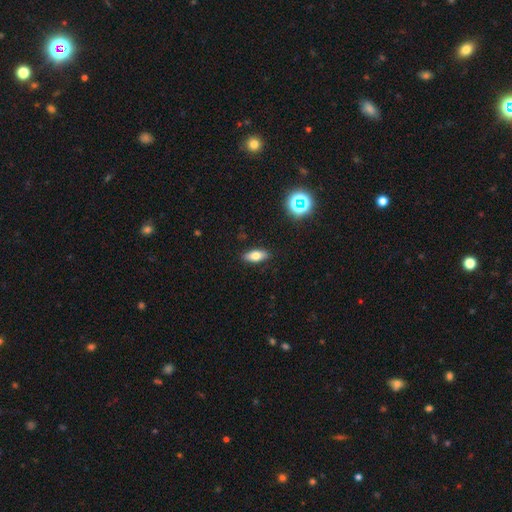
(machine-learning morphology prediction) A smooth galaxy with no disk features (72%) that is in between round and cigar-shaped (79%).

Vote fractions:
- Smooth or featured? smooth: 72% / featured or disk: 18% / star or artifact: 10%
- How rounded? in between: 79% / cigar-shaped: 17% / round: 4%
- Merging? none: 89% / minor disturbance: 8% / major disturbance: 2% / merger: 1%